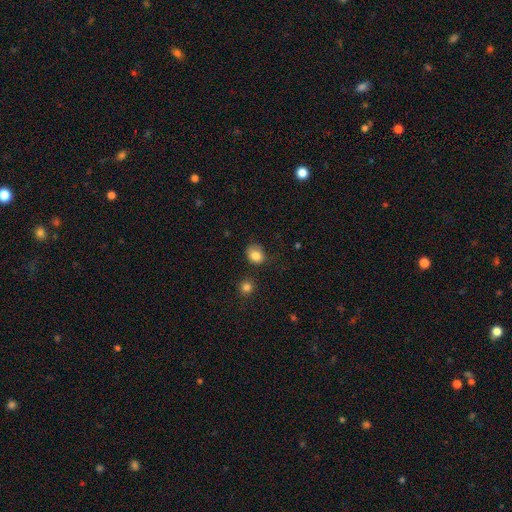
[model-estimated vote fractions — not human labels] Smooth or featured? Predicted: smooth (p=0.82). How rounded? Predicted: round (p=0.57). Merging? Predicted: none (p=0.59).